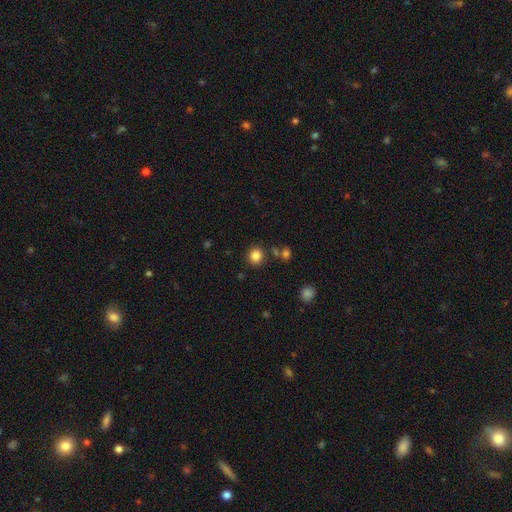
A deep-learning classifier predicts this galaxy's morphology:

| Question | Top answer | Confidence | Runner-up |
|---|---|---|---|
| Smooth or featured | smooth | 84% | star or artifact (12%) |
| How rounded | round | 85% | in between (15%) |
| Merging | none | 84% | minor disturbance (8%) |